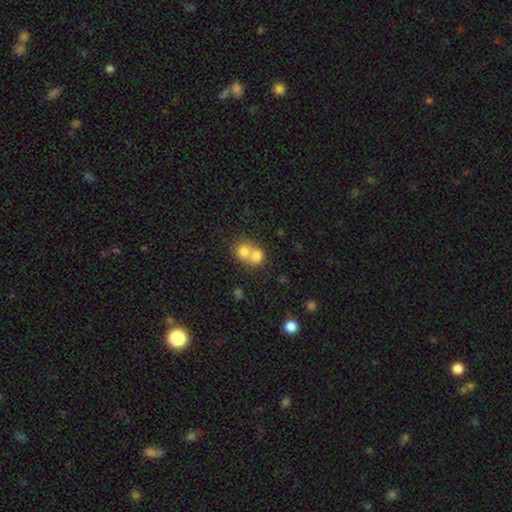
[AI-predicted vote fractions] This is likely a smooth galaxy (75%). How rounded: likely round (72%). Merging: likely merger (68%).